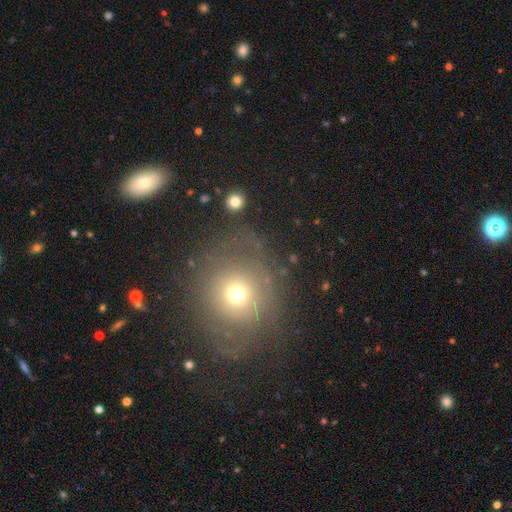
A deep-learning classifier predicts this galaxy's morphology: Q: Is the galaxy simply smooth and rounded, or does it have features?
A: smooth — 47%.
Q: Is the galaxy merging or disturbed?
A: none — 75%.